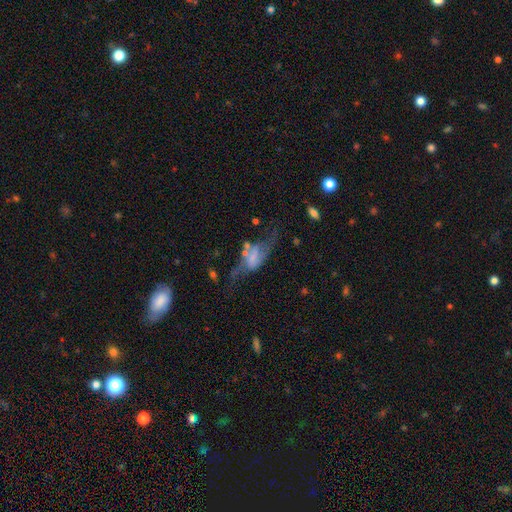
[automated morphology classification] This appears to be a featured or disk galaxy (73%) with a weak bar (38%), 2 (89%) loose (77%) spiral arms (81%) and no central bulge (44%). Merging: none (44%).